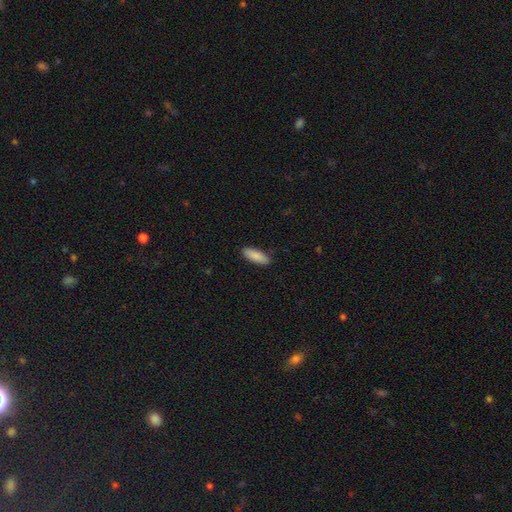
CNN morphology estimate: This is clearly a smooth galaxy (88%). How rounded: likely in between (64%). Merging: clearly none (89%).